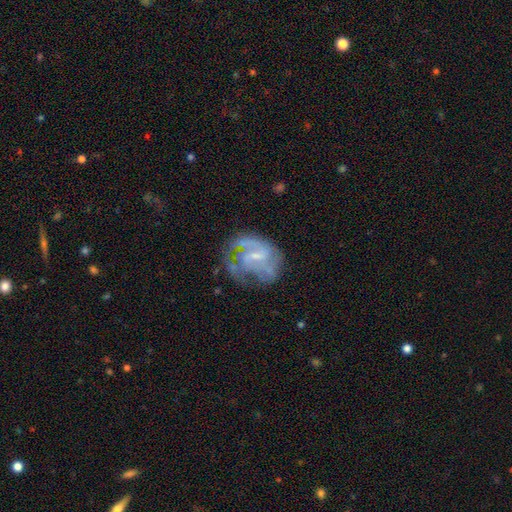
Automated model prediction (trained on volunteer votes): Smooth or featured? featured or disk (79%)
Edge-on disk? no (98%)
Bar? weak (54%)
Spiral arms? yes (86%)
Spiral winding? medium (44%)
Spiral arm count? 2 (37%)
Bulge size? small (59%)
Merging? none (50%)